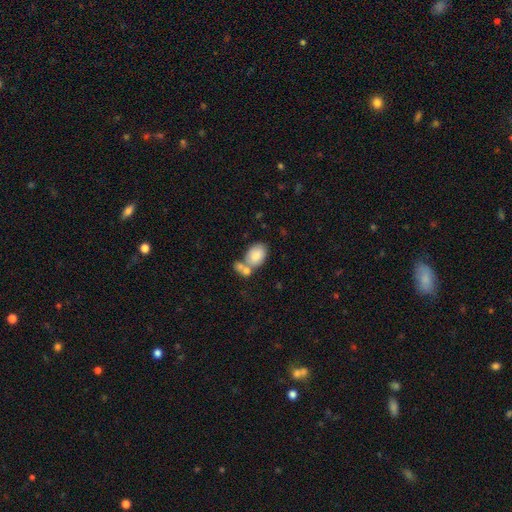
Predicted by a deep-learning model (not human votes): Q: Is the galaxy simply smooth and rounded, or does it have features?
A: smooth — 79%.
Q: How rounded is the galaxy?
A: in between — 84%.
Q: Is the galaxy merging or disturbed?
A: merger — 49%.